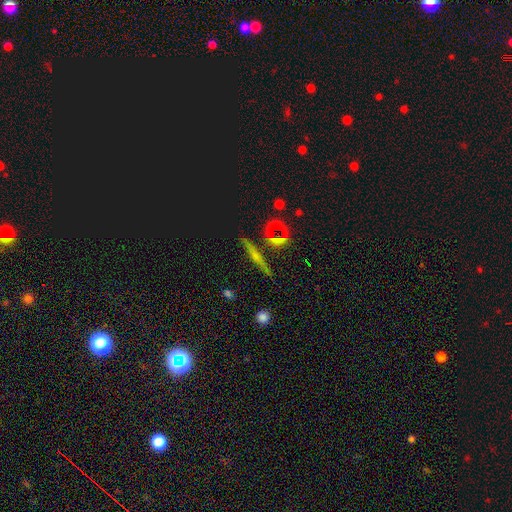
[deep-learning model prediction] Smooth or featured? featured or disk (45%)
Merging? none (85%)